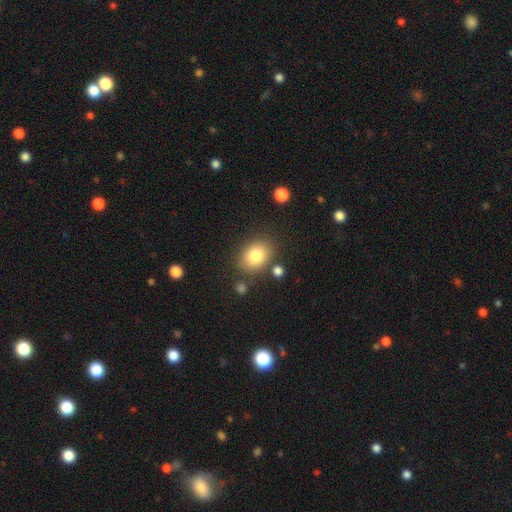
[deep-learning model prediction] Smooth or featured?
  - smooth: 83% *
  - featured or disk: 9%
  - star or artifact: 9%
How rounded?
  - in between: 65% *
  - round: 34%
  - cigar-shaped: 1%
Merging?
  - none: 78% *
  - minor disturbance: 12%
  - merger: 6%
  - major disturbance: 4%